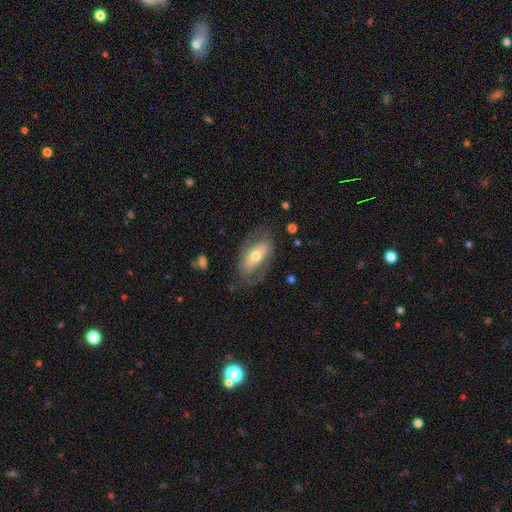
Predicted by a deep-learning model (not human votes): smooth-or-featured: featured or disk: 66% | smooth: 28% | star or artifact: 6%
  disk-edge-on: no: 90% | yes: 10%
    bar: strong: 36% | no: 34% | weak: 30%
    has-spiral-arms: yes: 71% | no: 29%
    bulge-size: moderate: 61% | small: 31% | large: 6% | dominant: 1% | none: 1%
  merging: none: 66% | minor disturbance: 19% | major disturbance: 13% | merger: 2%